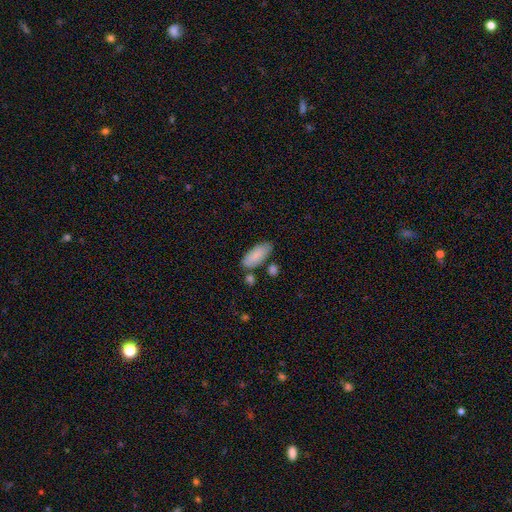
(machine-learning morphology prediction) Overall: smooth (86%). How rounded: in between (86%). Merging: none (69%).